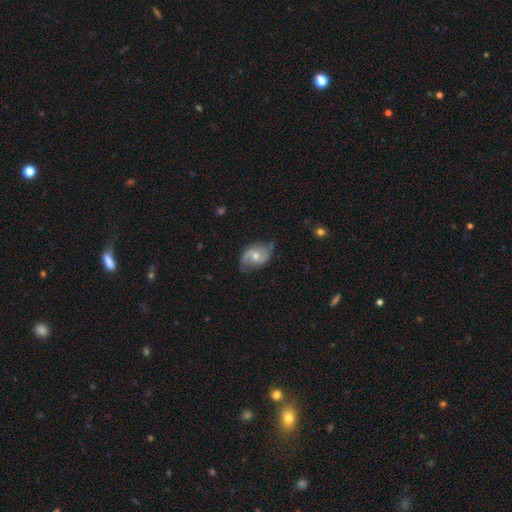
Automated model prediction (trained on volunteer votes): Smooth or featured?
  - featured or disk: 71% *
  - smooth: 23%
  - star or artifact: 6%
Edge-on disk?
  - no: 97% *
  - yes: 3%
Bar?
  - no: 58% *
  - weak: 35%
  - strong: 7%
Spiral arms?
  - yes: 90% *
  - no: 10%
Spiral winding?
  - loose: 48% *
  - medium: 38%
  - tight: 15%
Spiral arm count?
  - 2: 87% *
  - can't tell: 6%
  - 1: 4%
  - 3: 1%
  - 4: 1%
  - more than 4: 1%
Bulge size?
  - moderate: 56% *
  - small: 39%
  - large: 2%
  - none: 2%
  - dominant: 1%
Merging?
  - none: 68% *
  - minor disturbance: 24%
  - major disturbance: 7%
  - merger: 2%